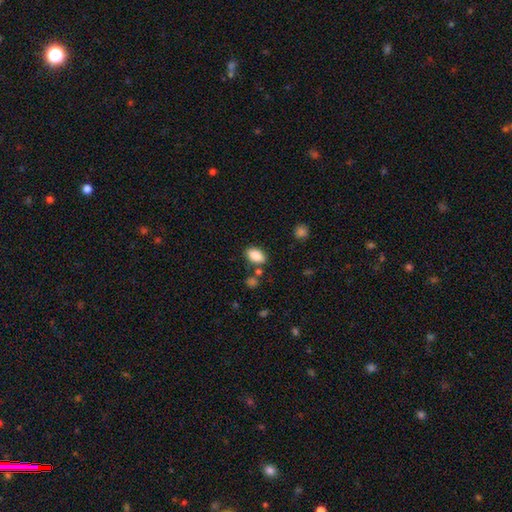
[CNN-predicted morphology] smooth 86%, star or artifact 8%, featured or disk 6%. Down the decision tree: how rounded — in between (89%); merging — none (78%).